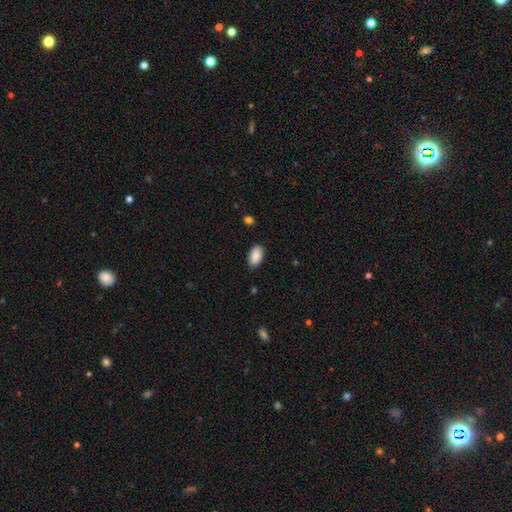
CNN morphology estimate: A smooth galaxy with no disk features (89%) that is in between round and cigar-shaped (94%). Merging: none (83%).